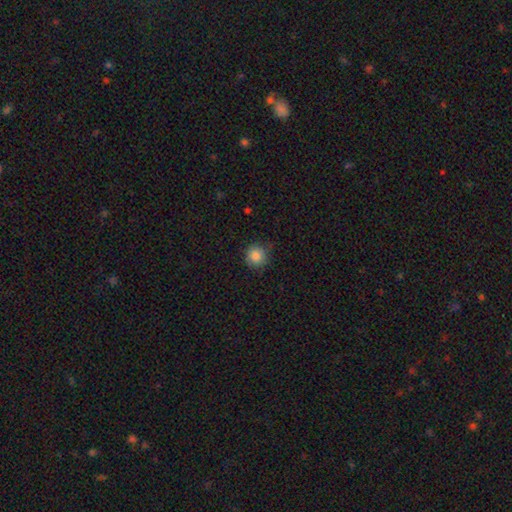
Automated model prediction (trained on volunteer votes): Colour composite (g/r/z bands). It shows a smooth galaxy with no disk features (85%) that is round (93%). Merging: none (83%).